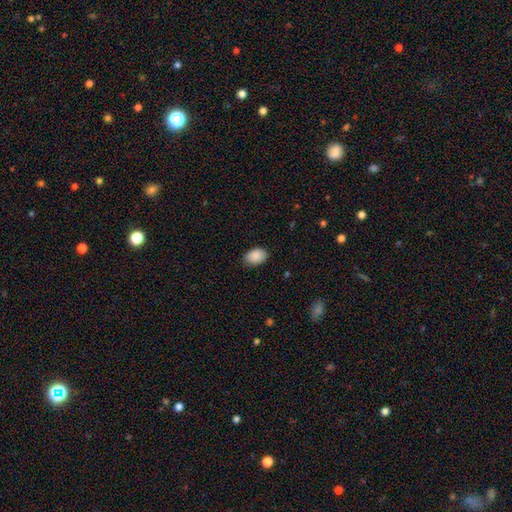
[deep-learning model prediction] smooth_or_featured: smooth (p=0.90) [alt: star or artifact p=0.07]
how_rounded: in between (p=0.88) [alt: round p=0.11]
merging: none (p=0.86) [alt: minor disturbance p=0.11]